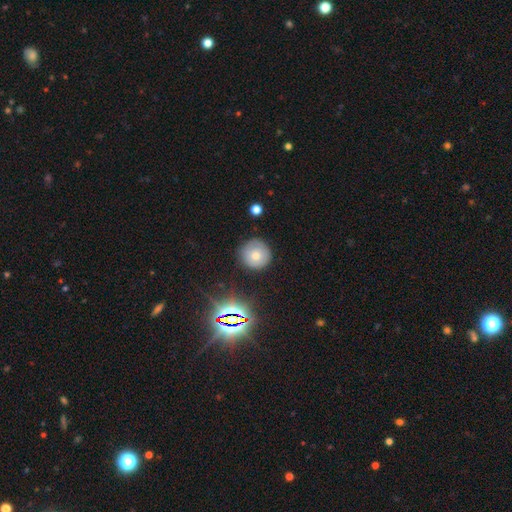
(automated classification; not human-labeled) Smooth or featured: smooth — 54% (star or artifact — 23%)
How rounded: round — 94% (in between — 5%)
Merging: none — 85% (minor disturbance — 11%)